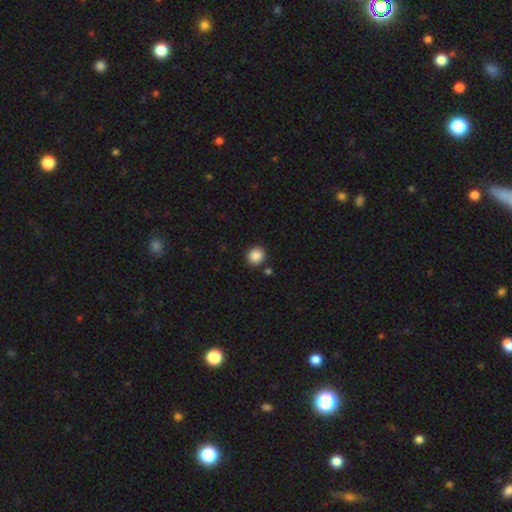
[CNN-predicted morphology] A smooth galaxy with no disk features (88%) that is round (82%).

Vote fractions:
- Smooth or featured? smooth: 88% / star or artifact: 9% / featured or disk: 3%
- How rounded? round: 82% / in between: 17% / cigar-shaped: 1%
- Merging? none: 88% / minor disturbance: 7% / merger: 4% / major disturbance: 2%